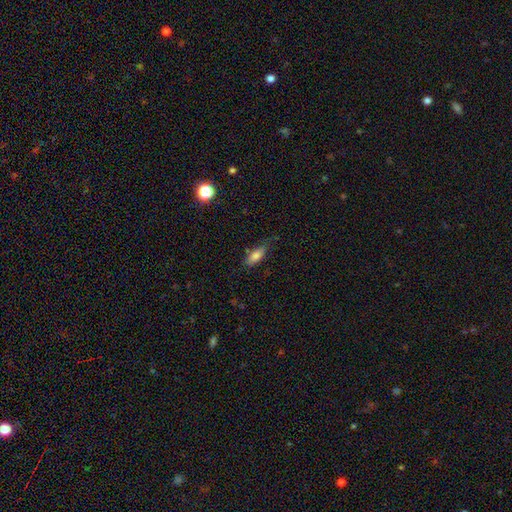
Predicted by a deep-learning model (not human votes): Q: Smooth or featured?
A: smooth (79%); runner-up: featured or disk (13%)
Q: How rounded?
A: in between (75%); runner-up: cigar-shaped (23%)
Q: Merging?
A: none (68%); runner-up: minor disturbance (24%)